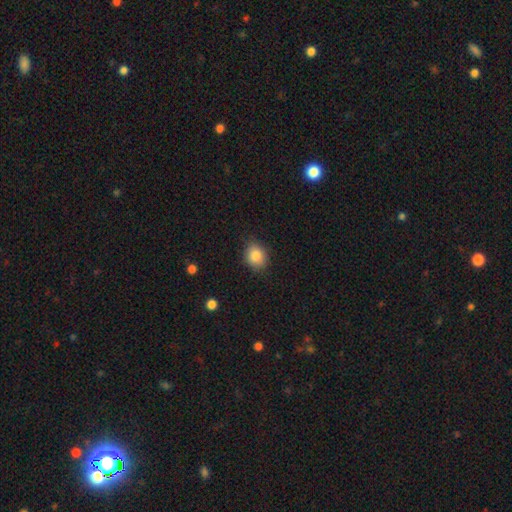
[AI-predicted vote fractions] Smooth or featured? Predicted: smooth (p=0.85). How rounded? Predicted: round (p=0.69). Merging? Predicted: none (p=0.85).